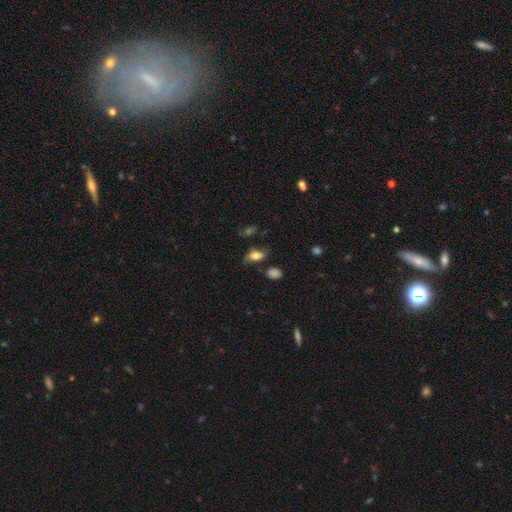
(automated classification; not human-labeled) Smooth or featured? Predicted: smooth (p=0.66). How rounded? Predicted: in between (p=0.85). Merging? Predicted: none (p=0.56).